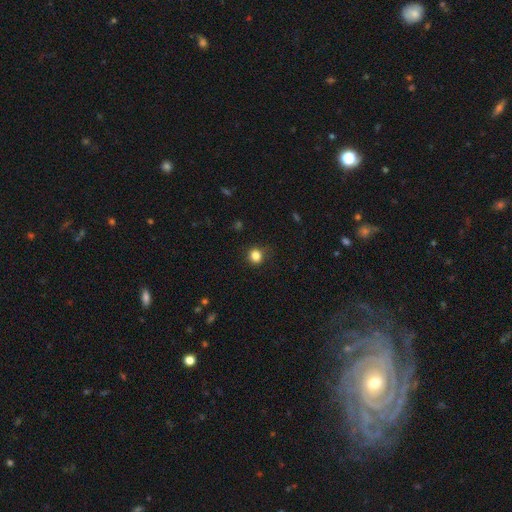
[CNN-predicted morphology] A smooth galaxy with no disk features (83%) that is round (86%).

Vote fractions:
- Smooth or featured? smooth: 83% / star or artifact: 12% / featured or disk: 4%
- How rounded? round: 86% / in between: 13% / cigar-shaped: 1%
- Merging? none: 82% / minor disturbance: 13% / major disturbance: 3% / merger: 1%